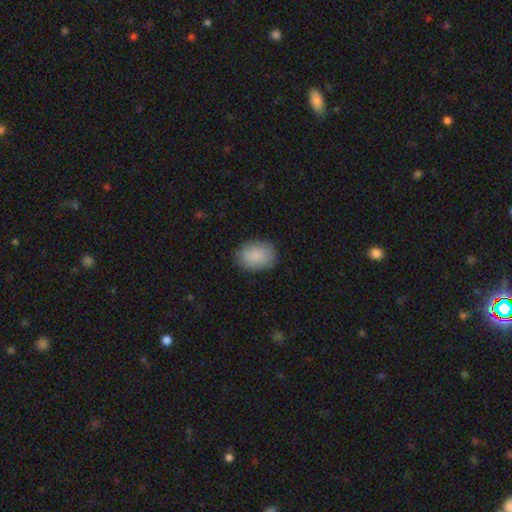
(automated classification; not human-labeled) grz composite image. It shows a smooth galaxy with no disk features (88%) that is in between round and cigar-shaped (70%). Merging: none (85%).